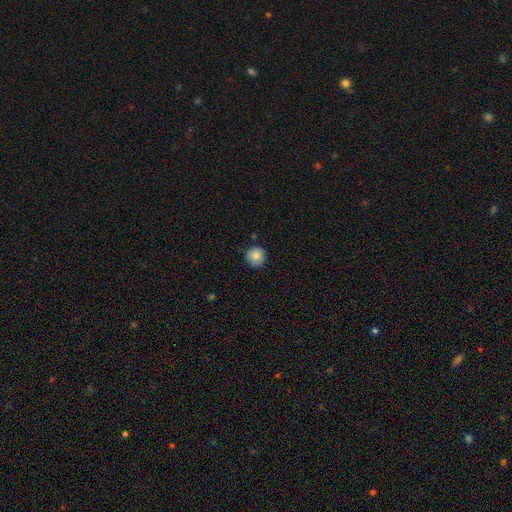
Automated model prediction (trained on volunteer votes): Smooth or featured: smooth — 85% (star or artifact — 8%)
How rounded: round — 95% (in between — 4%)
Merging: none — 83% (minor disturbance — 13%)